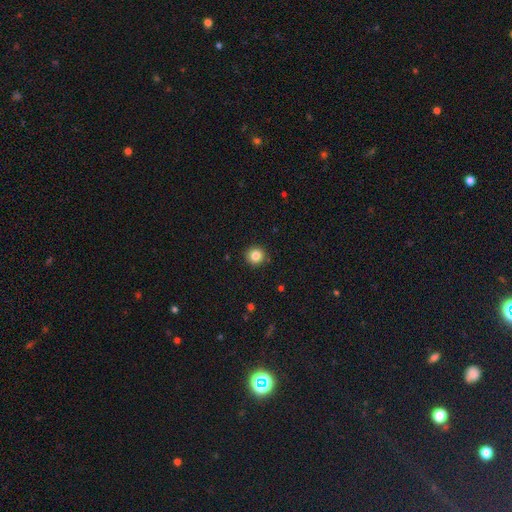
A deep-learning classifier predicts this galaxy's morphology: Q: Smooth or featured?
A: smooth (84%); runner-up: star or artifact (11%)
Q: How rounded?
A: round (93%); runner-up: in between (6%)
Q: Merging?
A: none (91%); runner-up: minor disturbance (6%)